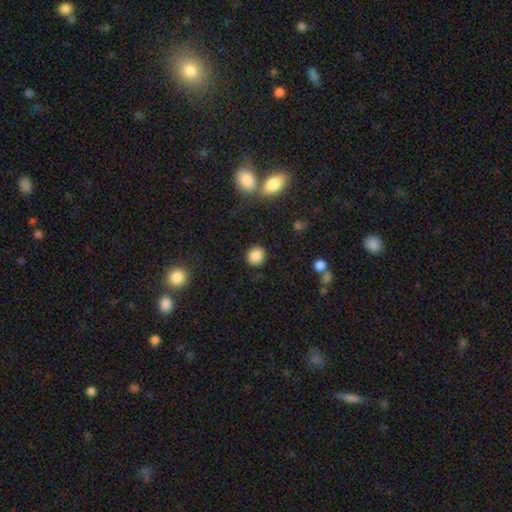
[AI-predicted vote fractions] Smooth or featured? Predicted: smooth (p=0.86). How rounded? Predicted: round (p=0.84). Merging? Predicted: none (p=0.88).